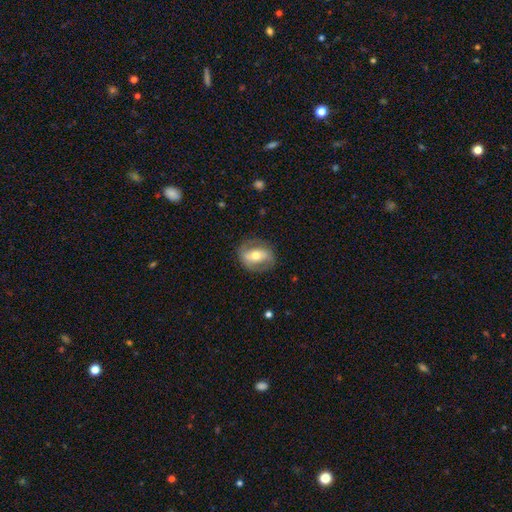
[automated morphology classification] Smooth or featured: featured or disk — 53% (smooth — 40%)
Edge-on disk: no — 91% (yes — 9%)
Merging: none — 78% (minor disturbance — 15%)